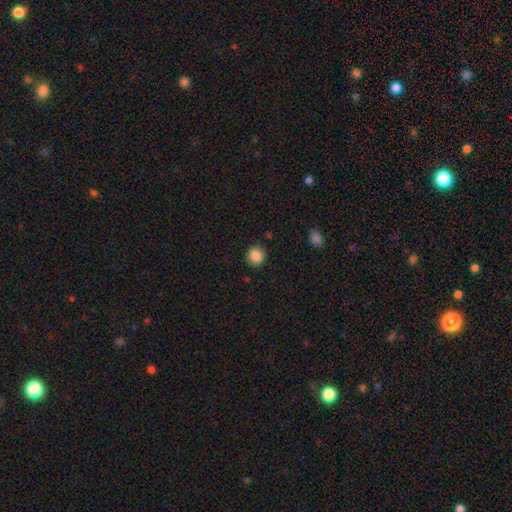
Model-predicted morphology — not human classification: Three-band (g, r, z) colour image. It shows a smooth galaxy with no disk features (87%) that is round (88%). Merging: none (89%).